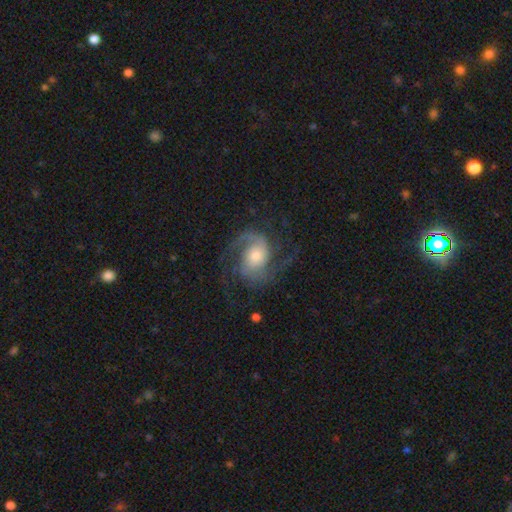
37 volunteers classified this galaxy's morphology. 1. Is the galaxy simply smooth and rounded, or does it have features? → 97% featured or disk, 3% smooth, 0% star or artifact.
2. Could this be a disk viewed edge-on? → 94% no, 6% yes.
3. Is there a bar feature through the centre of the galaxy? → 44% no, 38% weak, 18% strong.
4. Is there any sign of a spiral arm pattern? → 97% yes, 3% no.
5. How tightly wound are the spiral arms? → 58% medium, 21% tight, 21% loose.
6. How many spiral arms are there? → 70% 2, 18% 3, 6% more than 4, 6% can't tell, 0% 1, 0% 4.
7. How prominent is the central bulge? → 47% moderate, 32% small, 12% large, 6% none, 3% dominant.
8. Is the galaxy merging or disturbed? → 68% none, 19% major disturbance, 8% minor disturbance, 5% merger.